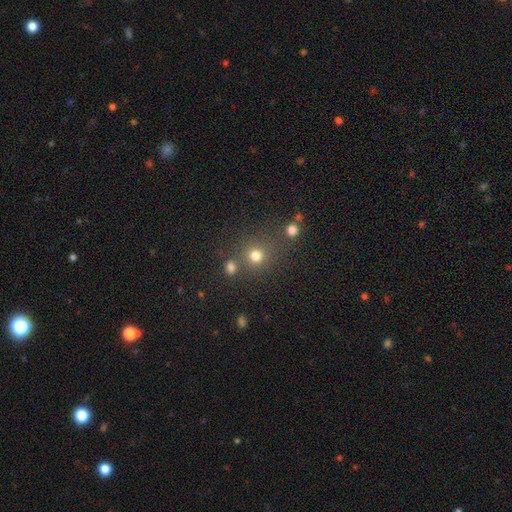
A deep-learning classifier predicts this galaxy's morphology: A smooth galaxy with no disk features (76%) that is round (89%). Merging: none (69%).